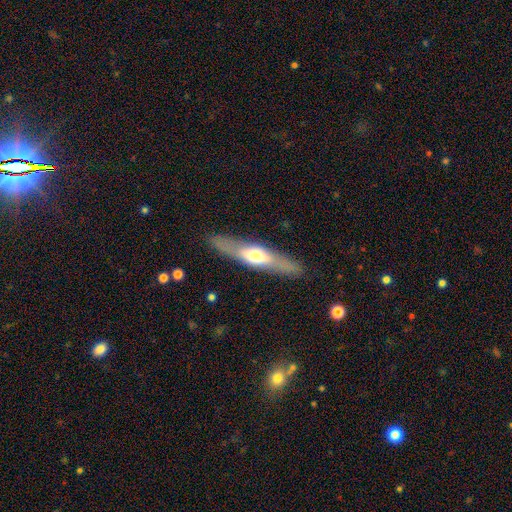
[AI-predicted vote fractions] featured or disk 56%, smooth 38%, star or artifact 6%. Down the decision tree: edge-on disk — yes (81%); merging — none (86%).